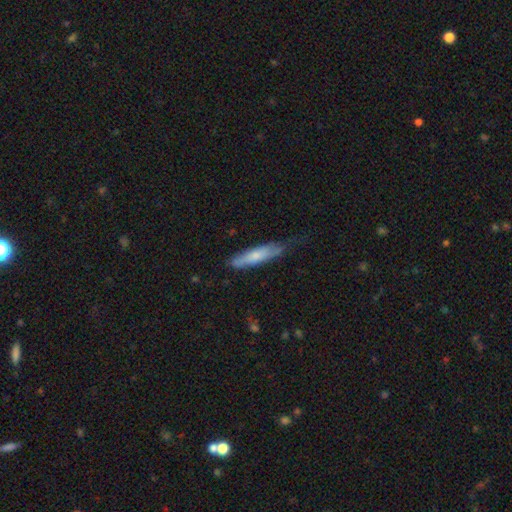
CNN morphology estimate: Smooth or featured? smooth (63%)
How rounded? cigar-shaped (81%)
Merging? none (58%)